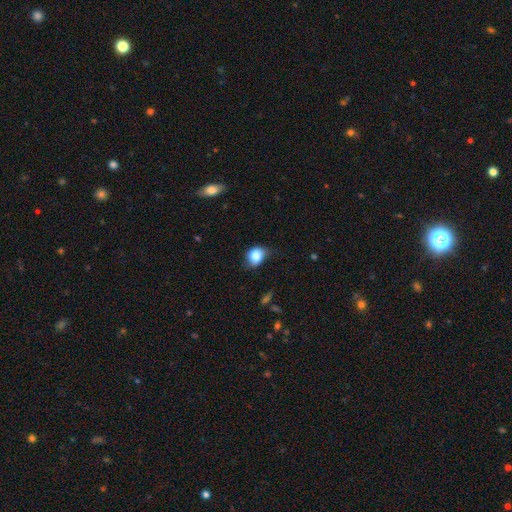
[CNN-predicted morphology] Smooth or featured: smooth — 83% (star or artifact — 9%)
How rounded: round — 53% (in between — 46%)
Merging: none — 47% (minor disturbance — 39%)